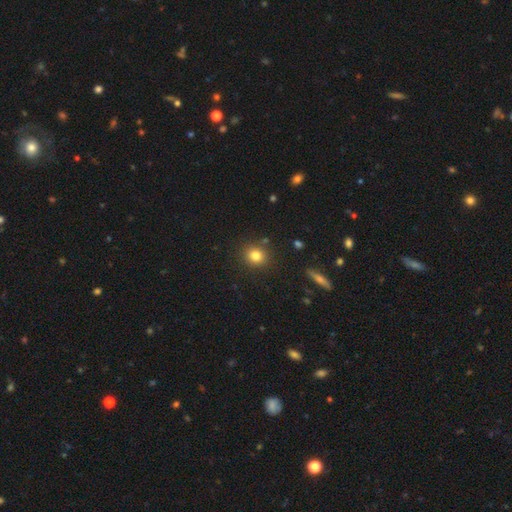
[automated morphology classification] smooth 80%, star or artifact 12%, featured or disk 7%. Down the decision tree: how rounded — round (82%); merging — none (87%).